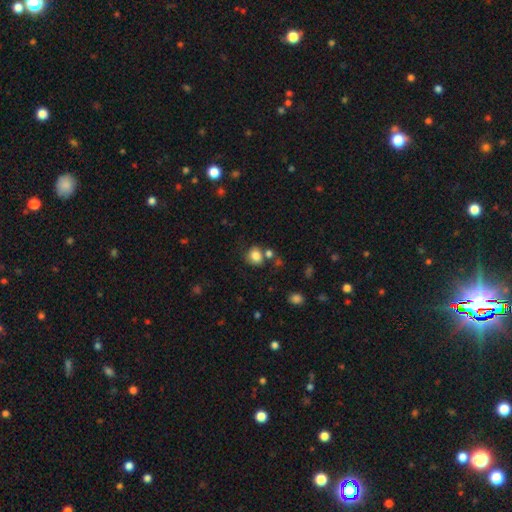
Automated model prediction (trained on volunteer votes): Q: Smooth or featured?
A: smooth (82%); runner-up: star or artifact (11%)
Q: How rounded?
A: round (67%); runner-up: in between (32%)
Q: Merging?
A: none (60%); runner-up: minor disturbance (17%)